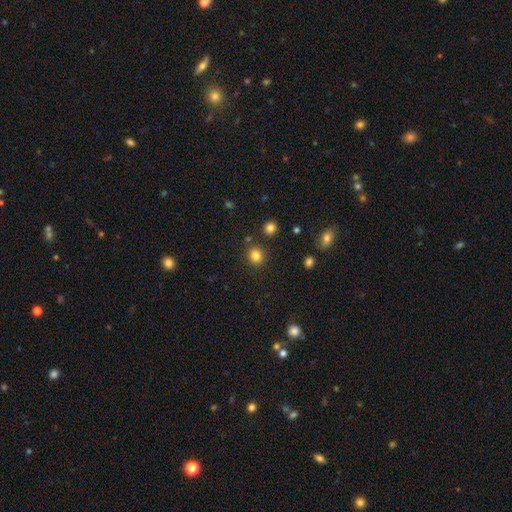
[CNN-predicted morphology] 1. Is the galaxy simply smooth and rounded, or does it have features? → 83% smooth, 13% star or artifact, 4% featured or disk.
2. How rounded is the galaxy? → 79% round, 20% in between, 1% cigar-shaped.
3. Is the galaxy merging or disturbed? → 85% none, 8% minor disturbance, 5% merger, 3% major disturbance.